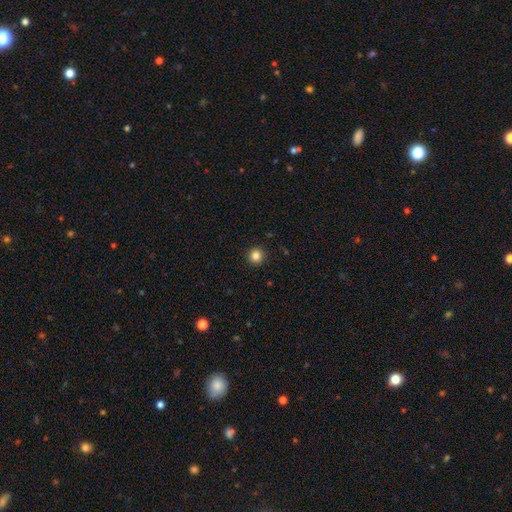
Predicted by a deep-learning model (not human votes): smooth_or_featured: smooth (p=0.85) [alt: star or artifact p=0.11]
how_rounded: round (p=0.96) [alt: in between p=0.03]
merging: none (p=0.93) [alt: minor disturbance p=0.05]